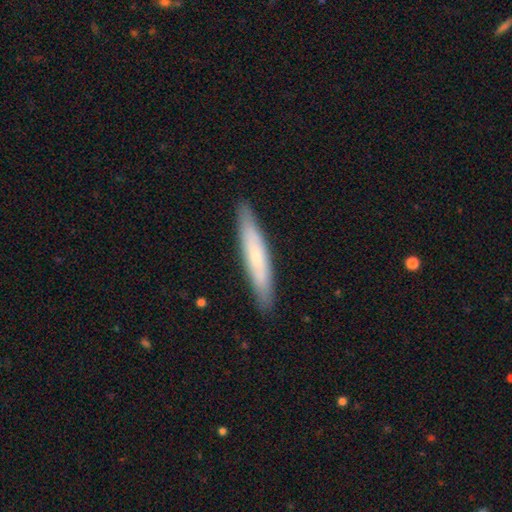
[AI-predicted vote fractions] This appears to be a smooth galaxy with no disk features (62%) that is cigar-shaped (91%). Merging: none (90%).